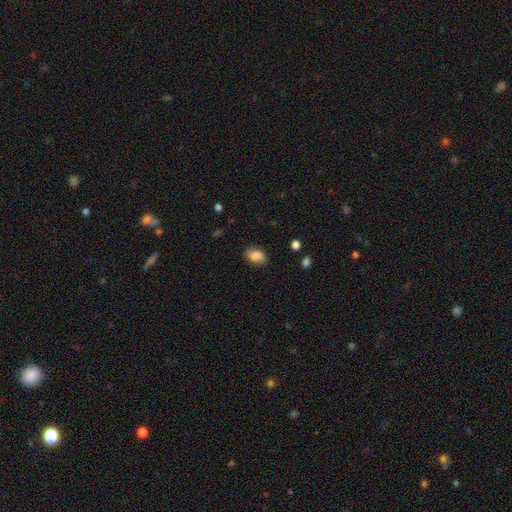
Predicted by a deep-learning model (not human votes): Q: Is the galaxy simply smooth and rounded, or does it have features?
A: smooth — 75%.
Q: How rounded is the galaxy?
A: in between — 79%.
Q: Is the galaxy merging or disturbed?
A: none — 80%.